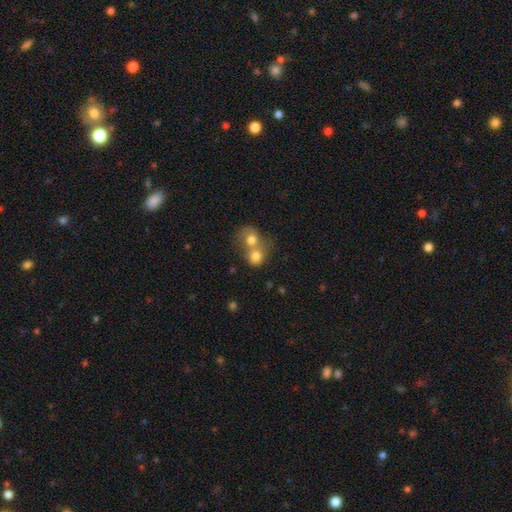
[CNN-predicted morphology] The model was most divided on "how rounded": round: 69%, in between: 30%, cigar-shaped: 1%. More confident: smooth or featured — smooth (74%); merging — merger (72%).